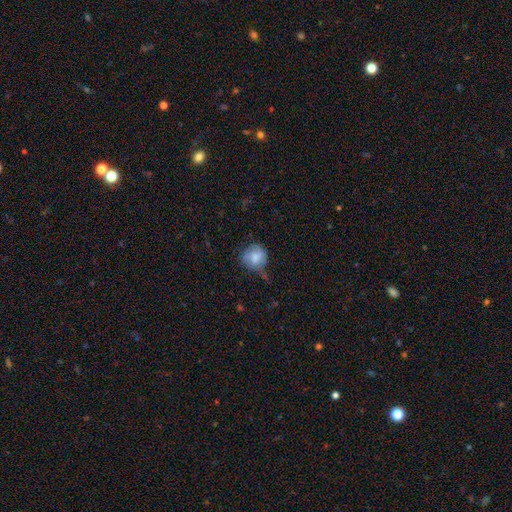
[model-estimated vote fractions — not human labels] Smooth or featured? Predicted: smooth (p=0.71). How rounded? Predicted: round (p=0.80). Merging? Predicted: none (p=0.55).